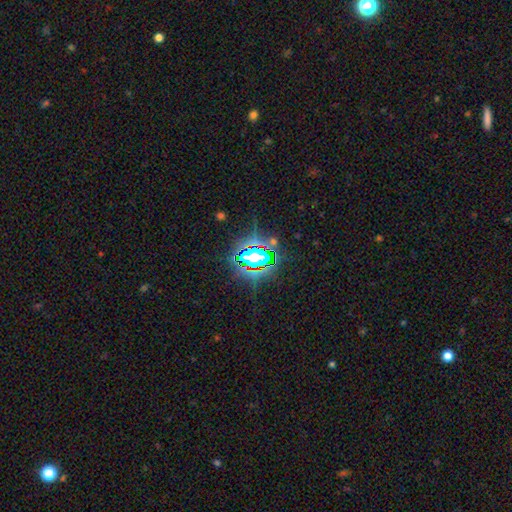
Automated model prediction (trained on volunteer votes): Smooth or featured: star or artifact — 75% (smooth — 14%)